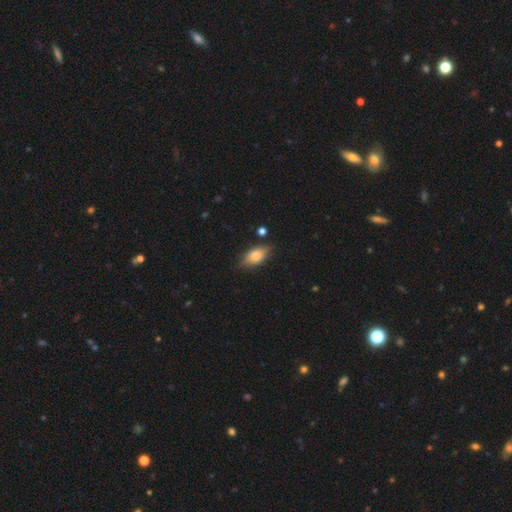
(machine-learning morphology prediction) Q: Smooth or featured?
A: smooth (74%); runner-up: featured or disk (19%)
Q: How rounded?
A: in between (87%); runner-up: cigar-shaped (8%)
Q: Merging?
A: none (78%); runner-up: minor disturbance (17%)